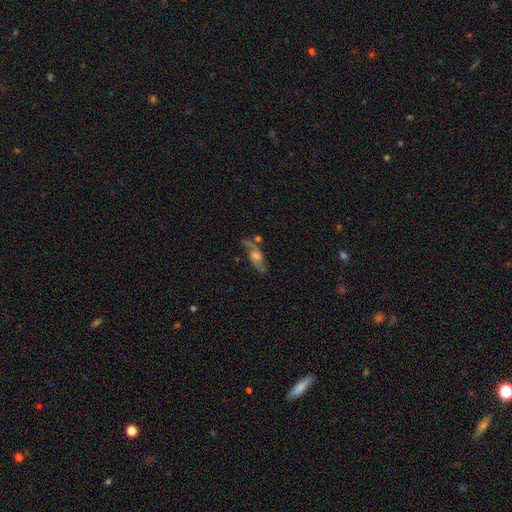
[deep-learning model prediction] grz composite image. It shows a featured or disk galaxy (65%). Merging: none (62%).